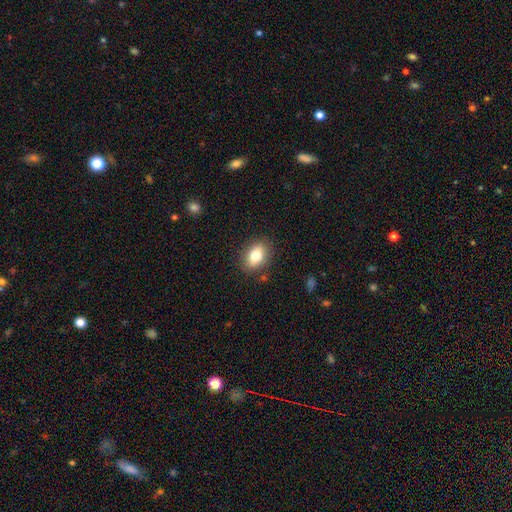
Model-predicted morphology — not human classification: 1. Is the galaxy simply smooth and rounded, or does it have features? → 78% smooth, 13% featured or disk, 9% star or artifact.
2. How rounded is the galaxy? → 78% in between, 20% round, 2% cigar-shaped.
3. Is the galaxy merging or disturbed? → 85% none, 10% minor disturbance, 3% major disturbance, 2% merger.